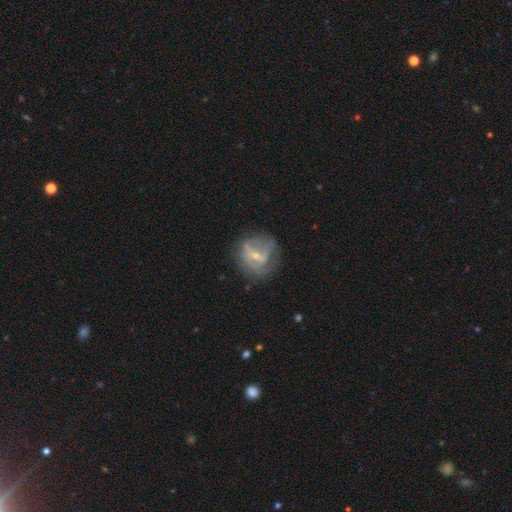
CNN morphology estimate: This appears to be a featured or disk galaxy (66%) with a weak bar (46%), spiral arms (60%) and a small central bulge (66%). Merging: none (58%).